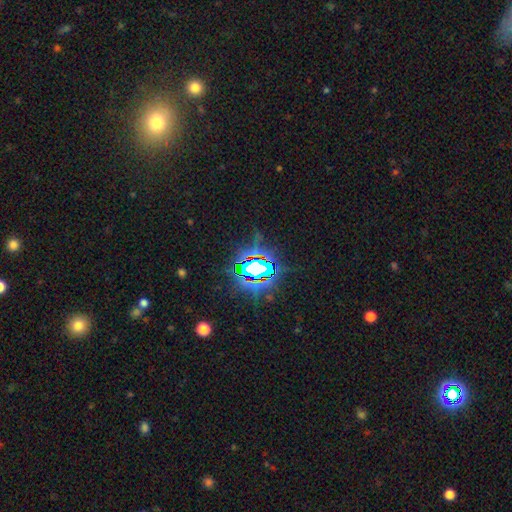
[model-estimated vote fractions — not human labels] This appears to be a star or artifact, not a galaxy (82%).